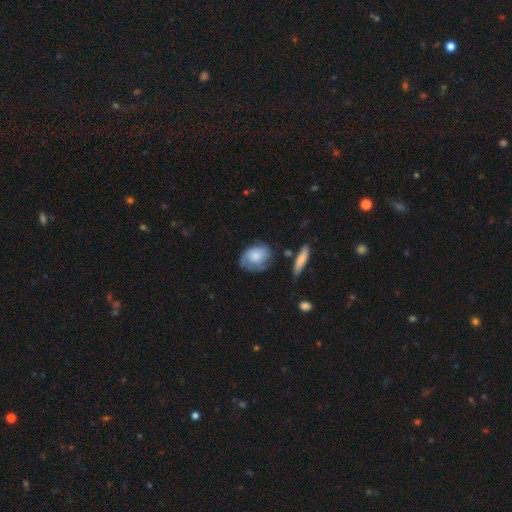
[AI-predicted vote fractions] Smooth or featured: smooth — 49% (featured or disk — 45%)
Merging: none — 57% (minor disturbance — 27%)